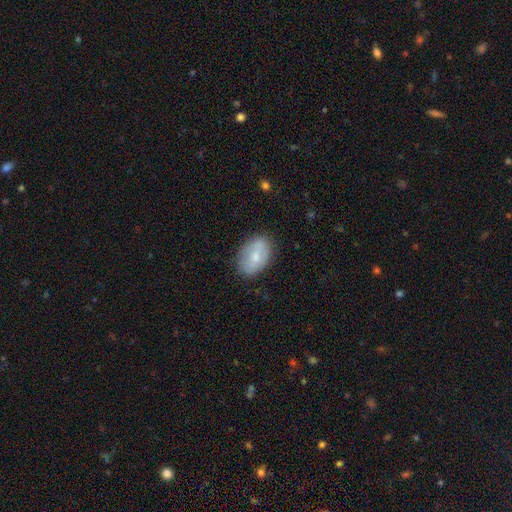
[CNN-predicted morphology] A smooth galaxy with no disk features (62%) that is in between round and cigar-shaped (88%). Merging: none (78%).